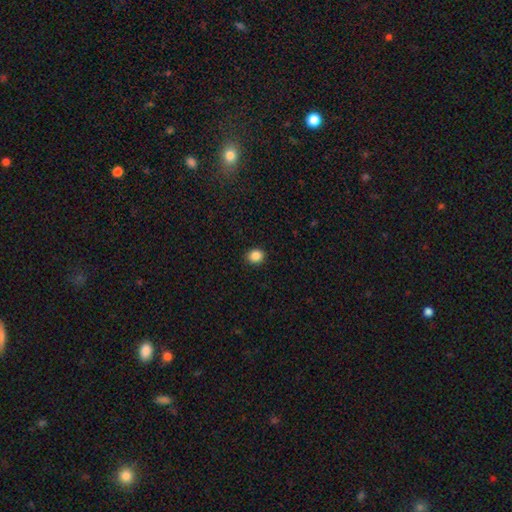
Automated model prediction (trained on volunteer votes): Smooth or featured?
  - smooth: 86% *
  - star or artifact: 10%
  - featured or disk: 3%
How rounded?
  - round: 75% *
  - in between: 24%
  - cigar-shaped: 1%
Merging?
  - none: 91% *
  - minor disturbance: 6%
  - major disturbance: 2%
  - merger: 1%